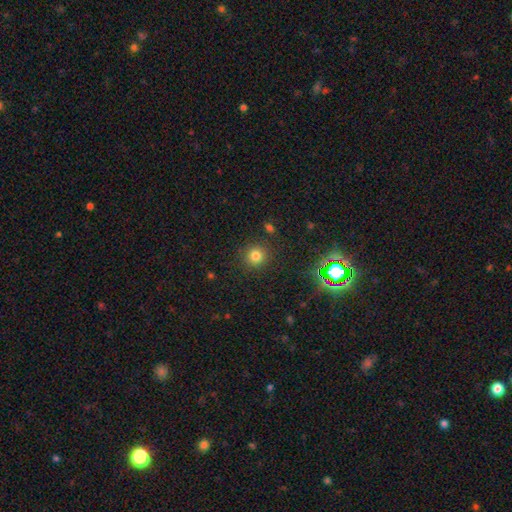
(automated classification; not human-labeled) smooth 77%, star or artifact 17%, featured or disk 6%. Down the decision tree: how rounded — round (92%); merging — none (89%).